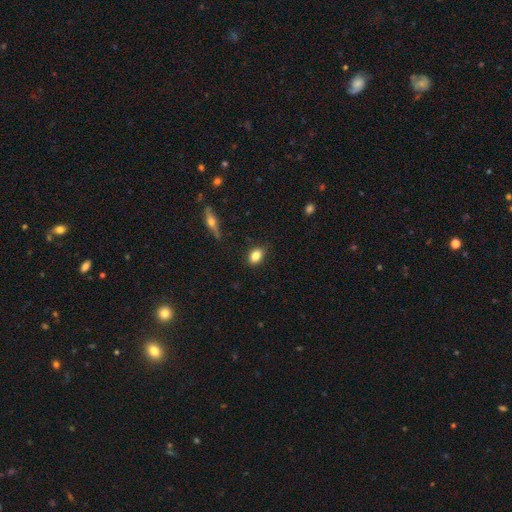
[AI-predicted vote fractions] smooth 82%, featured or disk 9%, star or artifact 8%. Down the decision tree: how rounded — in between (79%); merging — none (85%).